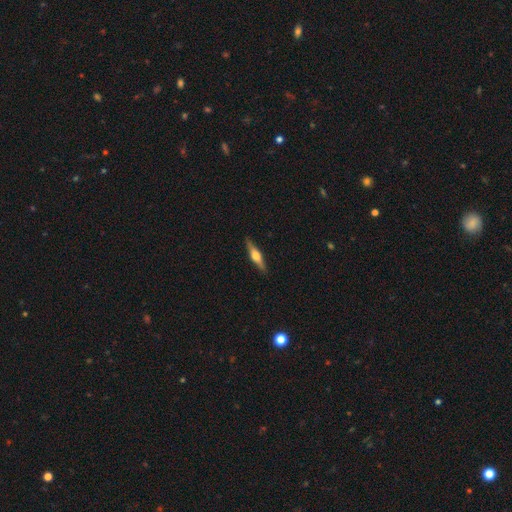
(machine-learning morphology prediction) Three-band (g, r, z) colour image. It shows a featured or disk galaxy (62%) viewed edge-on (96%) with a rounded central bulge (90%). Merging: none (89%).